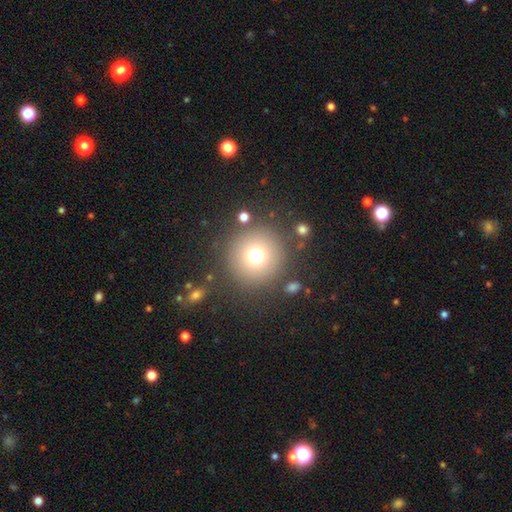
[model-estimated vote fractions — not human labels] Smooth or featured: smooth — 74% (star or artifact — 15%)
How rounded: round — 96% (in between — 3%)
Merging: none — 86% (minor disturbance — 7%)